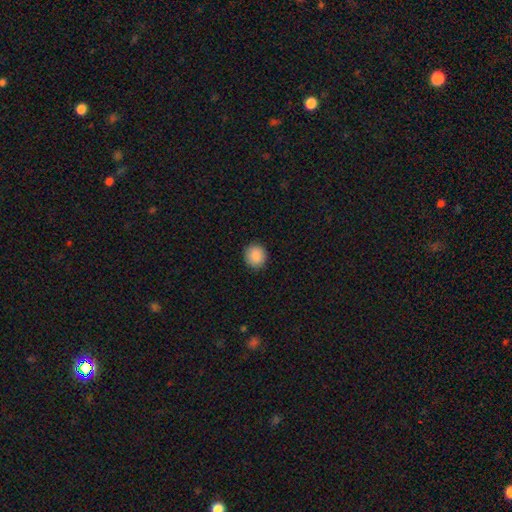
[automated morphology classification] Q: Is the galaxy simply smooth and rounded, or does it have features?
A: smooth — 89%.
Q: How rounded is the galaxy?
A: round — 89%.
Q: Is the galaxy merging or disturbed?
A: none — 91%.